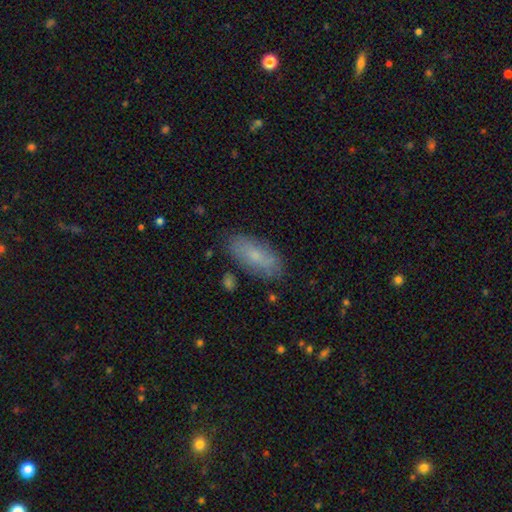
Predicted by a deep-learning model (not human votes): Overall: smooth (67%). How rounded: in between (79%). Merging: none (81%).